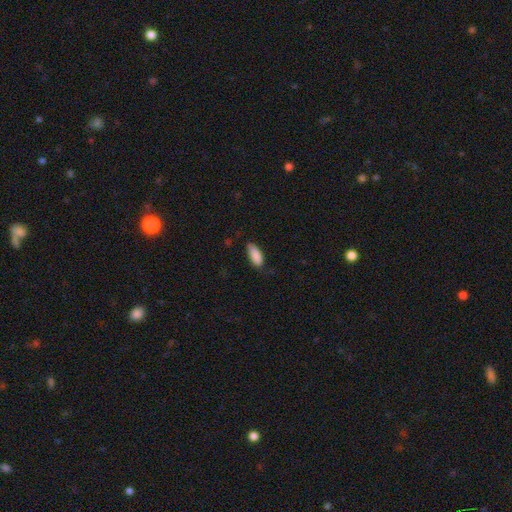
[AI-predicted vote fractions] Morphology: type=smooth (88%); roundness=in between (82%); merging=none (71%).